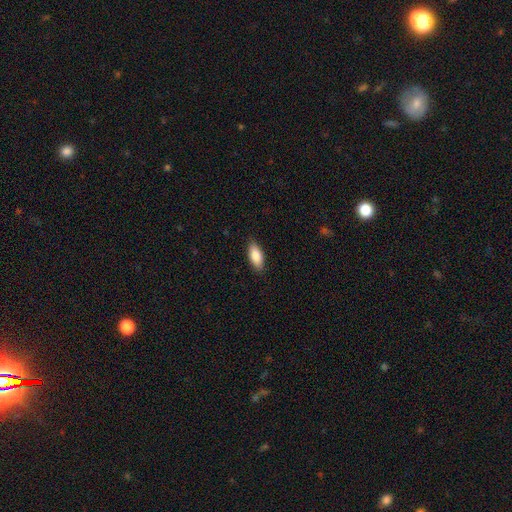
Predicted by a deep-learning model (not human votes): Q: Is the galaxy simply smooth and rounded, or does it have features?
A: smooth — 87%.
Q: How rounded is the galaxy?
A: in between — 85%.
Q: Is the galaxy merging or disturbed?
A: none — 87%.